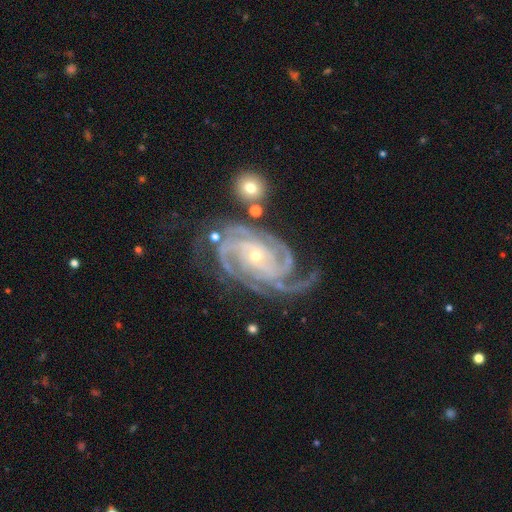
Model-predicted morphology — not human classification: smooth-or-featured: featured or disk: 94% | star or artifact: 4% | smooth: 2%
  disk-edge-on: no: 98% | yes: 2%
    bar: no: 64% | weak: 23% | strong: 13%
    has-spiral-arms: yes: 99% | no: 1%
      spiral-winding: tight: 71% | medium: 26% | loose: 3%
      spiral-arm-count: 4: 37% | 3: 30% | 2: 10% | more than 4: 9% | can't tell: 9% | 1: 6%
    bulge-size: small: 73% | moderate: 24% | large: 1% | none: 1% | dominant: 1%
  merging: none: 64% | minor disturbance: 21% | major disturbance: 11% | merger: 4%